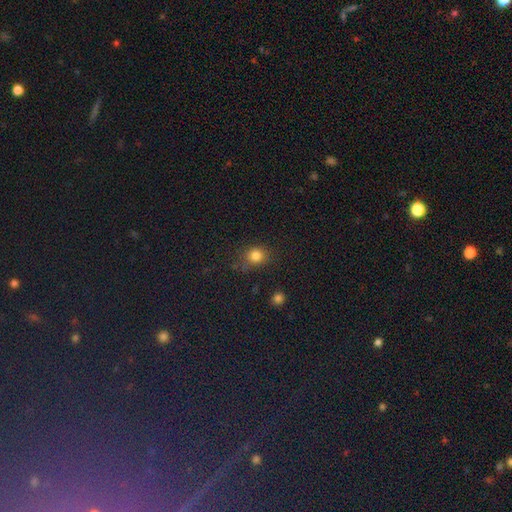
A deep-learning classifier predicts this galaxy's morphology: smooth_or_featured: smooth (p=0.82) [alt: star or artifact p=0.13]
how_rounded: round (p=0.79) [alt: in between p=0.20]
merging: none (p=0.77) [alt: minor disturbance p=0.15]